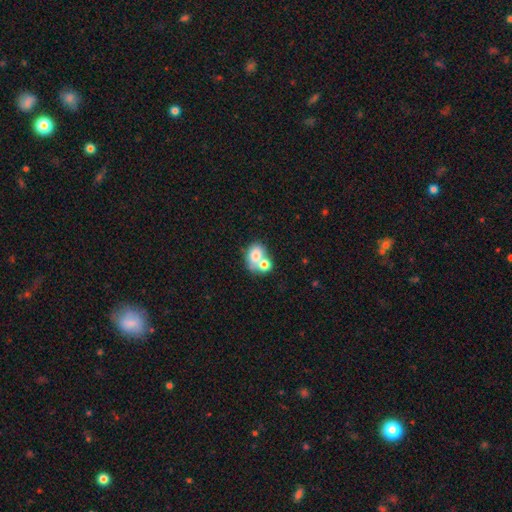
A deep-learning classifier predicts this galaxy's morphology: The model was most divided on "how rounded": in between: 53%, round: 46%, cigar-shaped: 1%. More confident: smooth or featured — smooth (73%); merging — merger (59%).